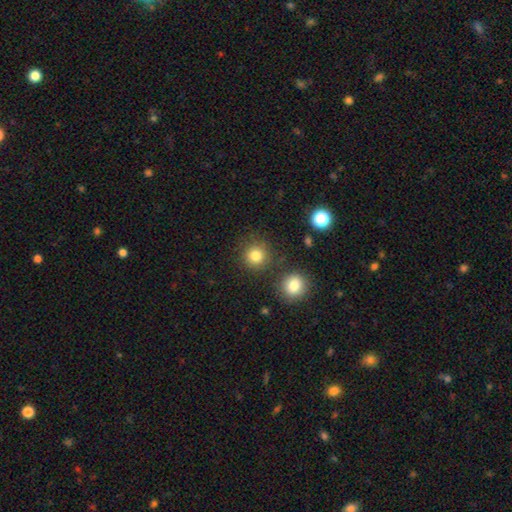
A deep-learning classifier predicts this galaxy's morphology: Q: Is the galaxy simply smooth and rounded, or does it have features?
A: smooth — 82%.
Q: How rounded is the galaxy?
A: round — 92%.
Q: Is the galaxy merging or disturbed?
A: none — 82%.